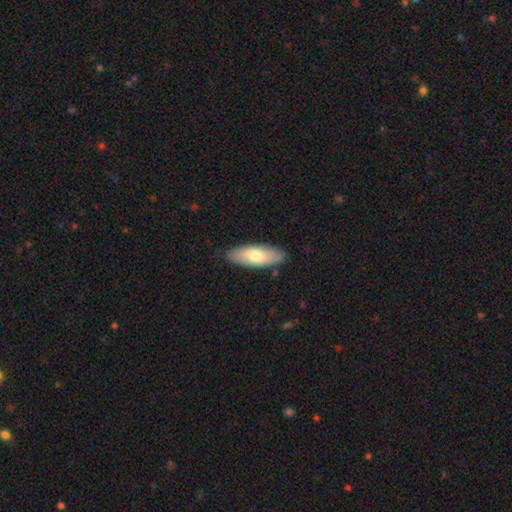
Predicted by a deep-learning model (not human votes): The model was most divided on "how rounded": in between: 70%, cigar-shaped: 28%, round: 2%. More confident: merging — none (86%); smooth or featured — smooth (68%).